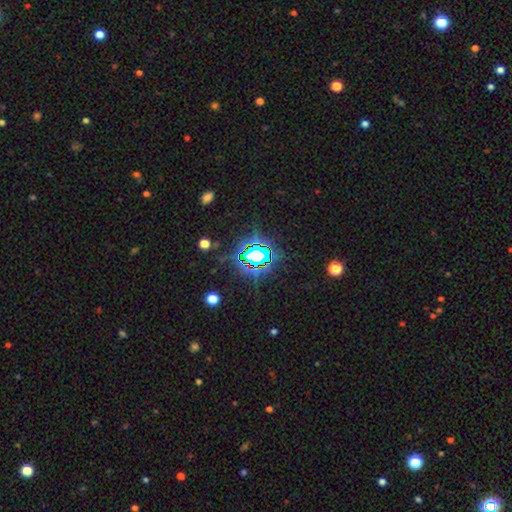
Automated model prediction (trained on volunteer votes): Q: Smooth or featured?
A: star or artifact (75%); runner-up: smooth (13%)